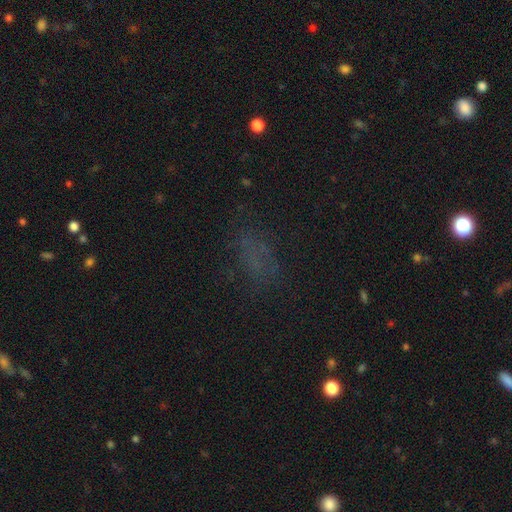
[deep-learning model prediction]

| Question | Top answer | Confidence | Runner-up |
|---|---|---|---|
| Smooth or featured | smooth | 52% | star or artifact (34%) |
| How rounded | in between | 77% | round (12%) |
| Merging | none | 70% | minor disturbance (16%) |